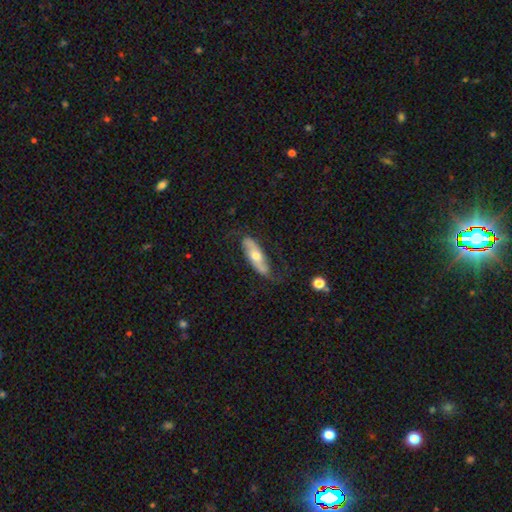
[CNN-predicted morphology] smooth_or_featured: featured or disk (p=0.58) [alt: smooth p=0.36]
disk_edge_on: no (p=0.73) [alt: yes p=0.27]
merging: none (p=0.63) [alt: minor disturbance p=0.23]